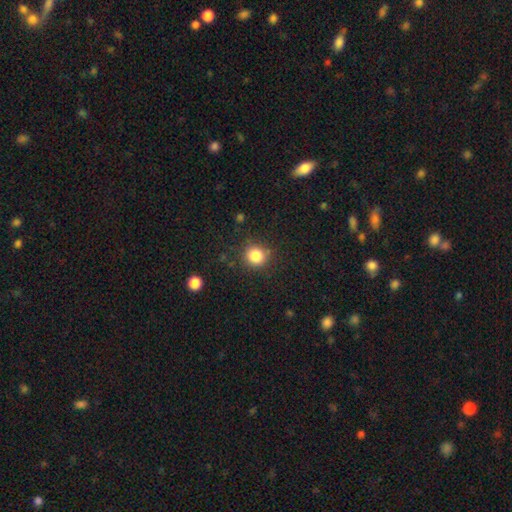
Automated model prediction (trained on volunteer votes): Smooth or featured? smooth (83%)
How rounded? round (91%)
Merging? none (84%)